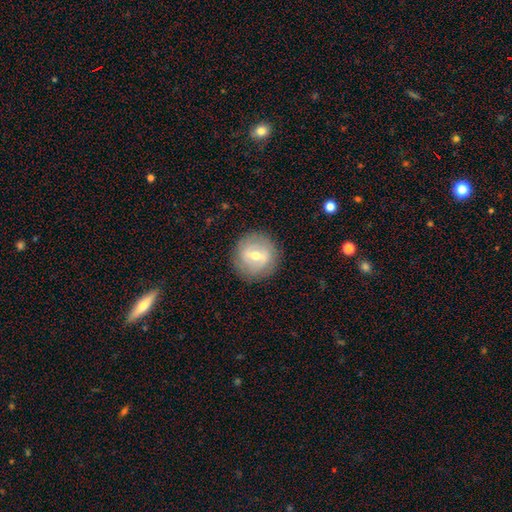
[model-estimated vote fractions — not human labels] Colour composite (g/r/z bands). It shows a featured or disk galaxy (58%) with a weak bar (54%), spiral arms (55%) and a moderate central bulge (59%). Merging: none (85%).